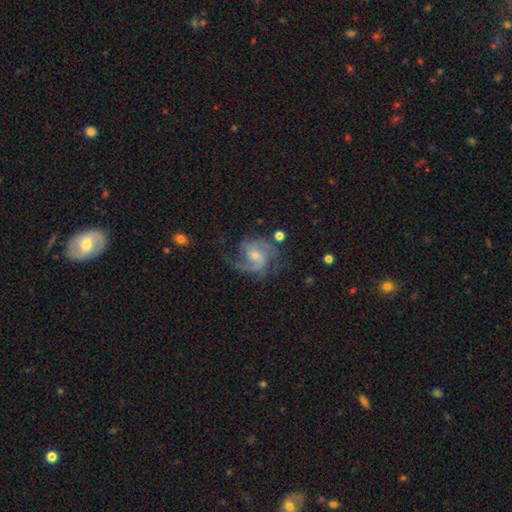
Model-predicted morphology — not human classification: A featured or disk galaxy (87%) with no bar (48%), 2 (64%) medium (53%) spiral arms (97%) and a small central bulge (45%, tied with moderate). Merging: none (65%).